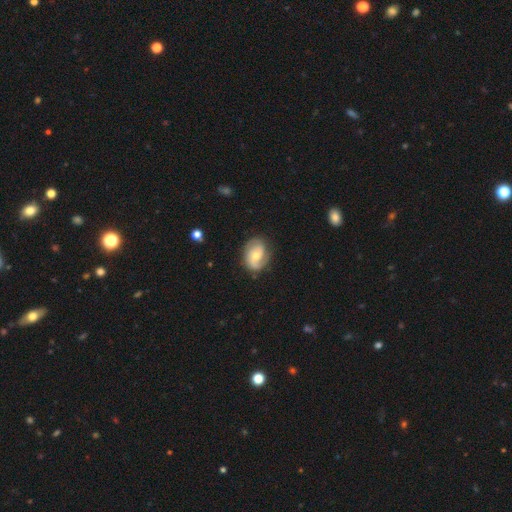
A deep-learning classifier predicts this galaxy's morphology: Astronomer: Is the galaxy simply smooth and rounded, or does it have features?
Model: featured or disk — 68%.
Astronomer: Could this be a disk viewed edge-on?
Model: no — 97%.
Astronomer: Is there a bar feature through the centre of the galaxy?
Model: no — 58% (runner-up: weak, 34%).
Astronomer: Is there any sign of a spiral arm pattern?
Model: yes — 90%.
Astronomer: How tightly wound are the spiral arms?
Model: medium — 42% (runner-up: tight, 37%).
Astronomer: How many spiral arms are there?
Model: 2 — 71%.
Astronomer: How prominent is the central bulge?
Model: moderate — 62%.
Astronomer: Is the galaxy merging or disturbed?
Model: none — 74%.